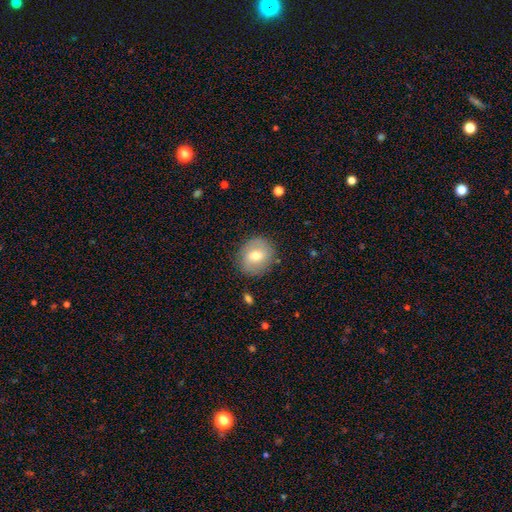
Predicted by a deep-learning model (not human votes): Q: Smooth or featured?
A: smooth (59%); runner-up: featured or disk (33%)
Q: How rounded?
A: round (78%); runner-up: in between (21%)
Q: Merging?
A: none (85%); runner-up: minor disturbance (11%)